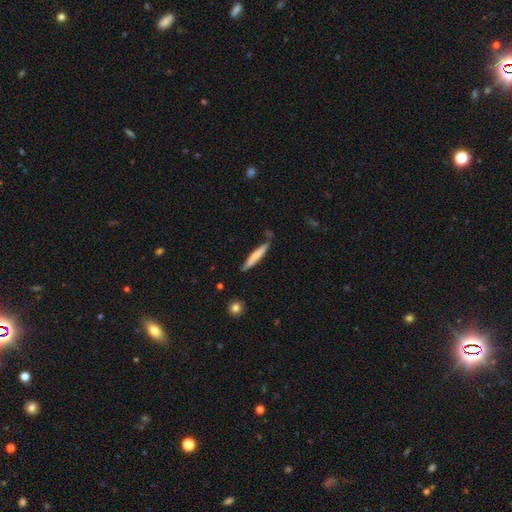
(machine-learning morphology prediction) Q: Smooth or featured?
A: smooth (66%); runner-up: featured or disk (29%)
Q: How rounded?
A: cigar-shaped (93%); runner-up: in between (6%)
Q: Merging?
A: none (74%); runner-up: minor disturbance (19%)